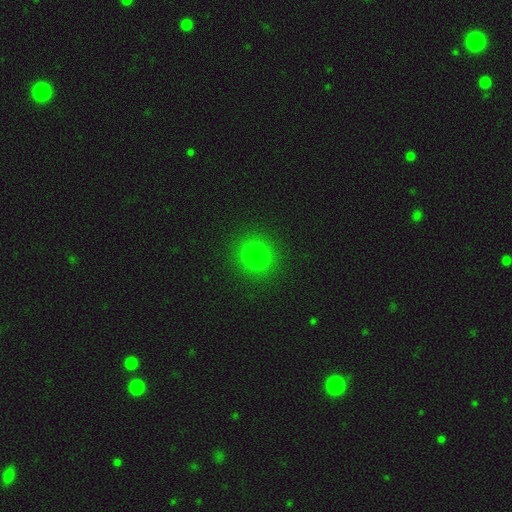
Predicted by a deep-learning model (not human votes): Smooth or featured: smooth — 78% (star or artifact — 16%)
How rounded: round — 91% (in between — 8%)
Merging: none — 90% (minor disturbance — 6%)